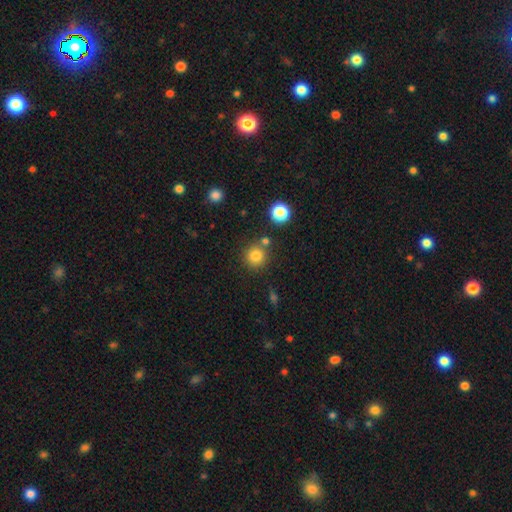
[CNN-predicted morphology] Overall: smooth (80%). How rounded: round (92%). Merging: none (77%).